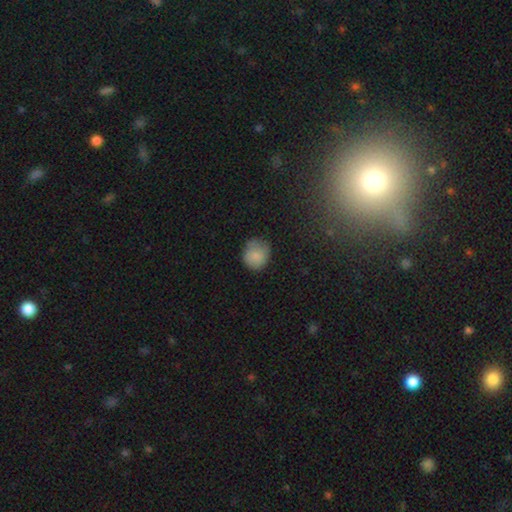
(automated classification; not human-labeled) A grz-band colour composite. It shows a smooth galaxy with no disk features (81%) that is round (79%). Merging: none (70%).